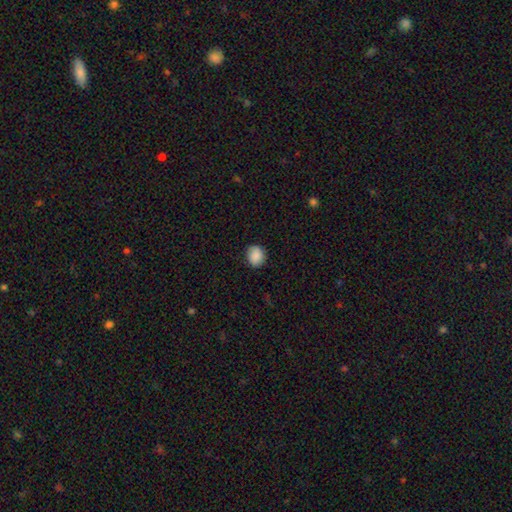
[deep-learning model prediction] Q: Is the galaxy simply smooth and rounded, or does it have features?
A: smooth — 87%.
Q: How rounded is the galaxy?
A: round — 73%.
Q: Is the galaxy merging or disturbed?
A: none — 83%.